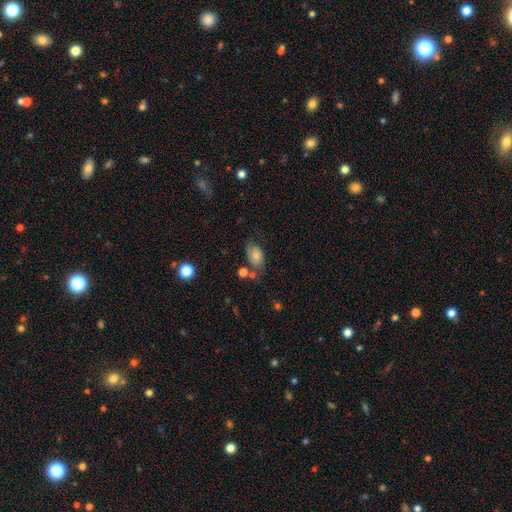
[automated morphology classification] Q: Smooth or featured?
A: smooth (65%); runner-up: featured or disk (25%)
Q: How rounded?
A: in between (87%); runner-up: round (12%)
Q: Merging?
A: none (52%); runner-up: minor disturbance (26%)